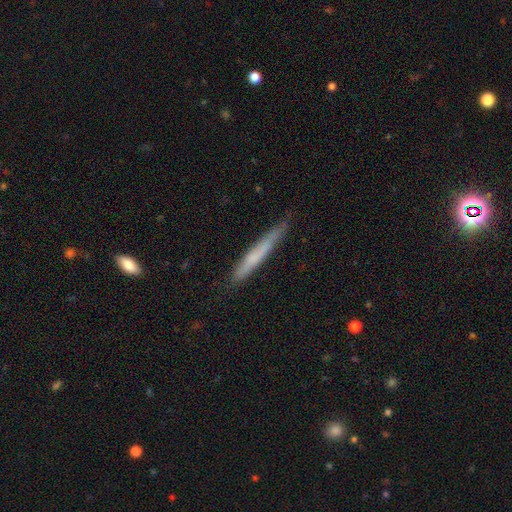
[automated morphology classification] A smooth galaxy with no disk features (60%) that is cigar-shaped (96%).

Vote fractions:
- Smooth or featured? smooth: 60% / featured or disk: 34% / star or artifact: 6%
- How rounded? cigar-shaped: 96% / in between: 3% / round: 1%
- Merging? none: 81% / minor disturbance: 16% / major disturbance: 2% / merger: 1%